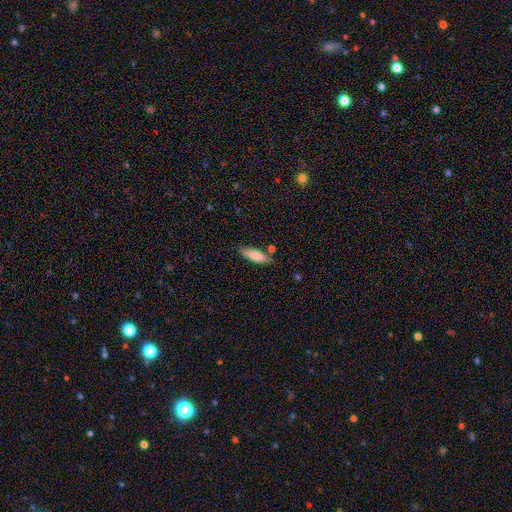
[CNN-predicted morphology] Overall: smooth (80%). How rounded: in between (52%; cigar-shaped 46%). Merging: none (76%).